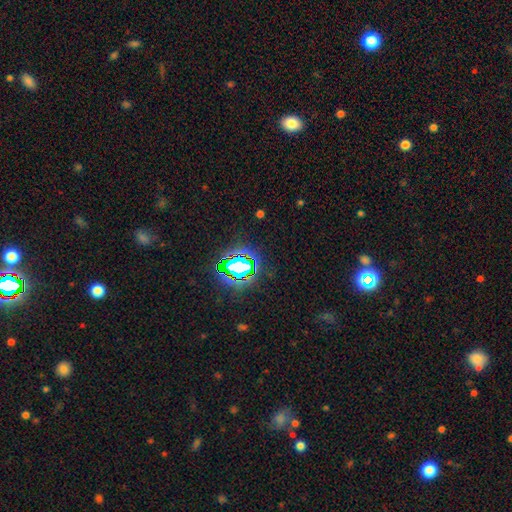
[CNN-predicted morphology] Smooth or featured? star or artifact (75%)